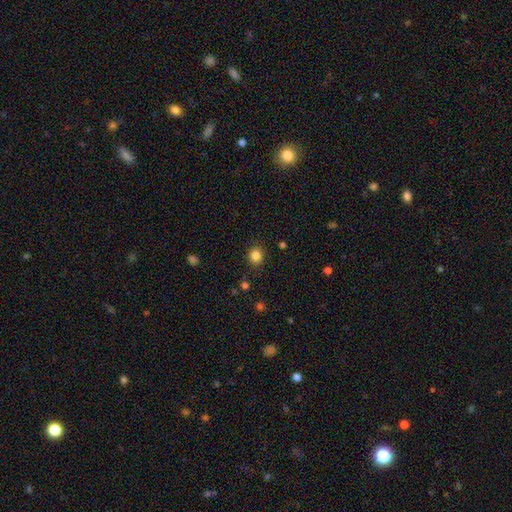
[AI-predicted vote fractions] A smooth galaxy with no disk features (84%) that is round (81%). Merging: none (87%).